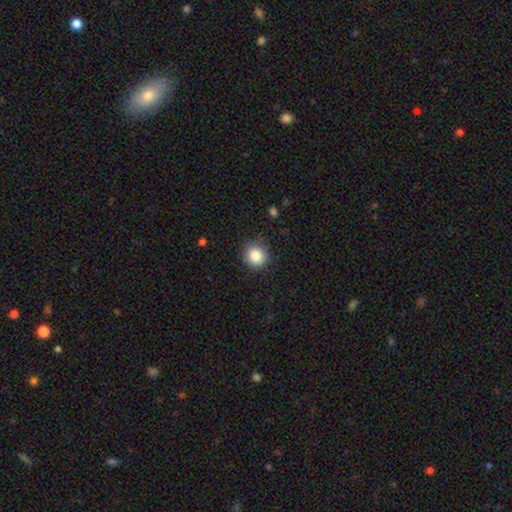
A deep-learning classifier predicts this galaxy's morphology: Smooth or featured? smooth (85%)
How rounded? round (89%)
Merging? none (86%)